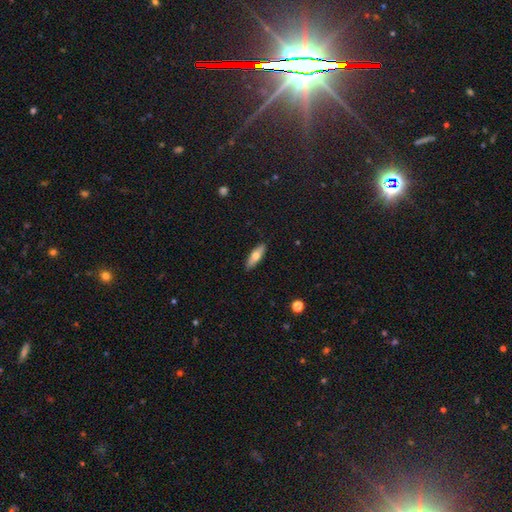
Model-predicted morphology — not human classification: Overall: smooth (60%; featured or disk 34%). How rounded: cigar-shaped (50%; in between 48%). Merging: none (89%).